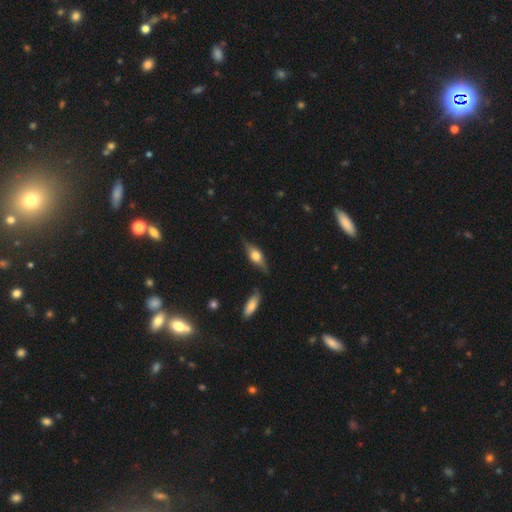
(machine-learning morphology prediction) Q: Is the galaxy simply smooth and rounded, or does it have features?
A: featured or disk — 60%.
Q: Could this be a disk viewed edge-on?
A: yes — 92%.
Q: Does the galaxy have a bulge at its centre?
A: rounded — 92%.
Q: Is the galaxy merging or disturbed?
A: none — 78%.